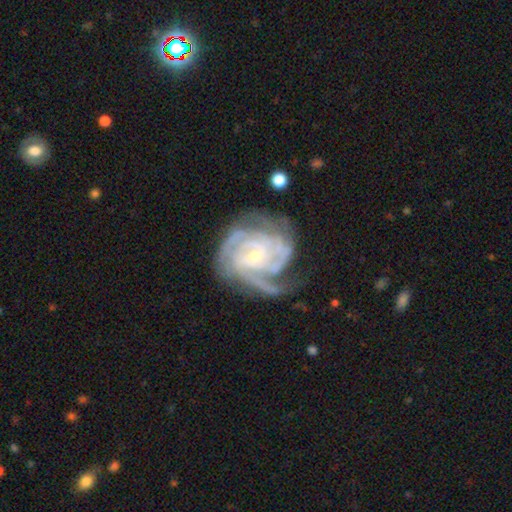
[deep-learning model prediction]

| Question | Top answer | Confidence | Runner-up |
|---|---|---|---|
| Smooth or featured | featured or disk | 90% | star or artifact (5%) |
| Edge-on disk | no | 98% | yes (2%) |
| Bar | no | 52% | weak (36%) |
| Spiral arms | yes | 98% | no (2%) |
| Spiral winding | tight | 66% | medium (29%) |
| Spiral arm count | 3 | 31% | 4 (20%) |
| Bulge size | small | 72% | moderate (25%) |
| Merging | none | 60% | minor disturbance (22%) |